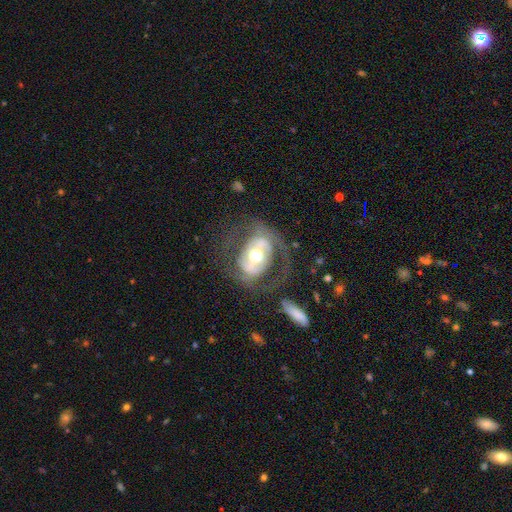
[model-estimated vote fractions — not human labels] A featured or disk galaxy (75%) with a strong bar (38%), spiral arms (62%) and a moderate central bulge (70%). Merging: none (59%).